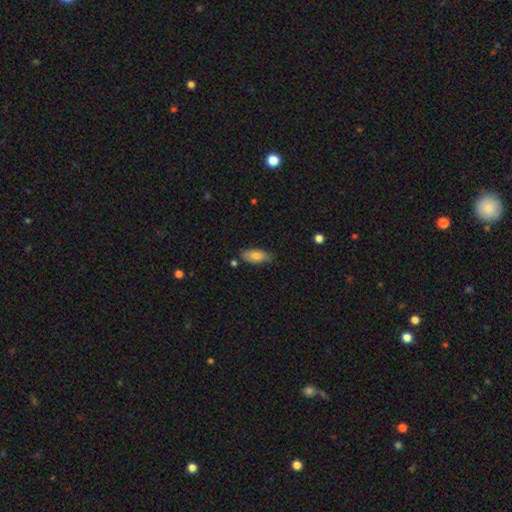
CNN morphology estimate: Q: Smooth or featured?
A: smooth (79%); runner-up: featured or disk (15%)
Q: How rounded?
A: in between (85%); runner-up: cigar-shaped (13%)
Q: Merging?
A: none (74%); runner-up: minor disturbance (19%)